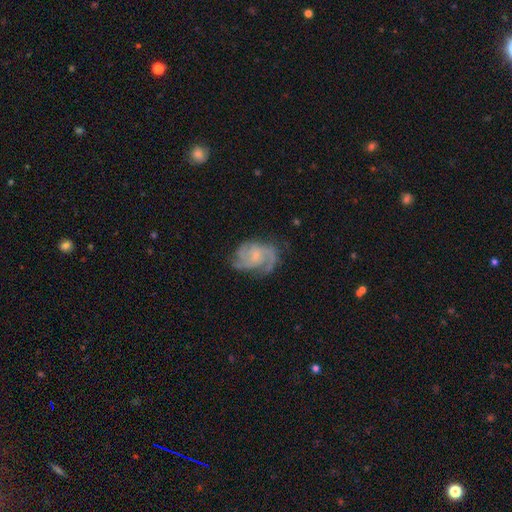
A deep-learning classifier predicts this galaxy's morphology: type=featured or disk (85%); edge-on=no (98%); bar=no (61%); spiral arms=yes (97%); winding=medium (49%); arm count=3 (42%); bulge=small (68%); merging=none (66%).